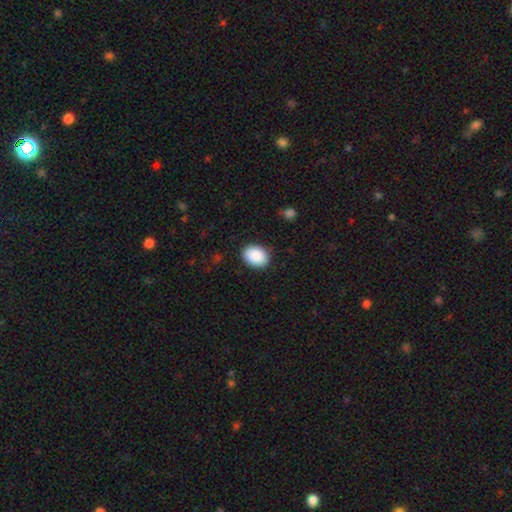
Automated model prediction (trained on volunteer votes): smooth_or_featured: smooth (p=0.90) [alt: star or artifact p=0.07]
how_rounded: in between (p=0.71) [alt: round p=0.28]
merging: none (p=0.88) [alt: minor disturbance p=0.09]